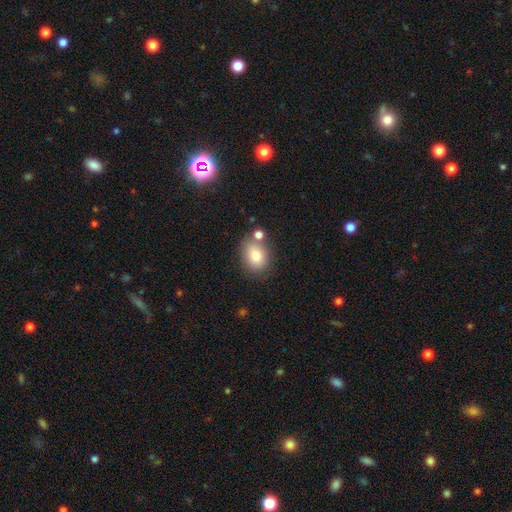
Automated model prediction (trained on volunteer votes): This appears to be a smooth galaxy with no disk features (80%) that is in between round and cigar-shaped (56%). Merging: none (68%).